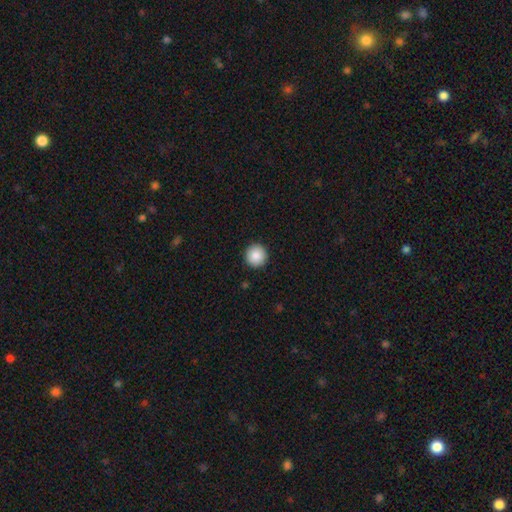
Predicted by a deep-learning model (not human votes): A smooth galaxy with no disk features (88%) that is round (96%). Merging: none (93%).